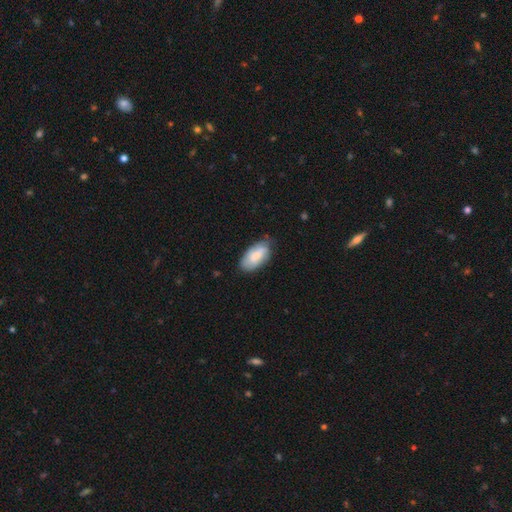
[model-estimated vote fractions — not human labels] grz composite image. It shows a smooth galaxy with no disk features (73%) that is in between round and cigar-shaped (93%). Merging: none (66%).